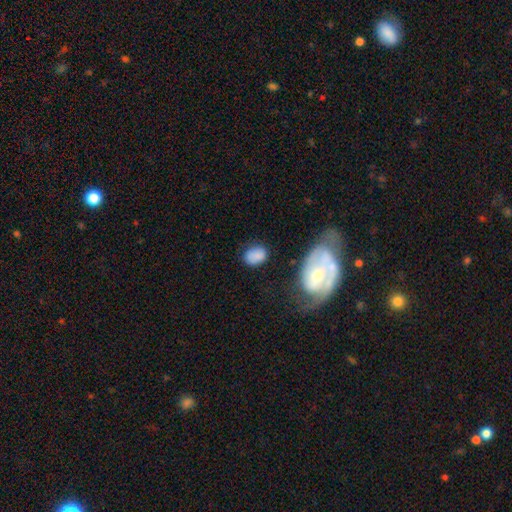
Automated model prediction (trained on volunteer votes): A smooth galaxy with no disk features (83%) that is in between round and cigar-shaped (75%). Merging: none (69%).